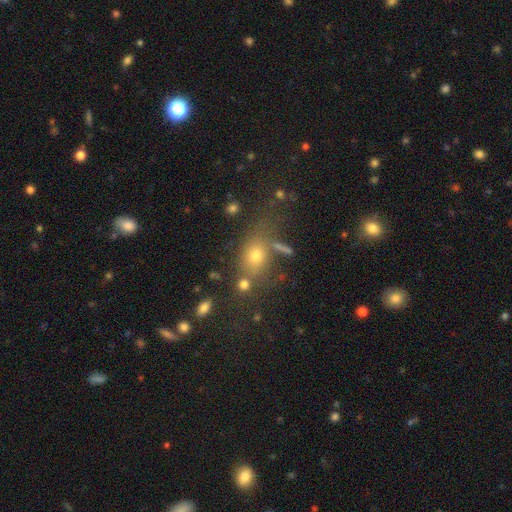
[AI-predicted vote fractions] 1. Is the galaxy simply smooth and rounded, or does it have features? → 67% smooth, 18% star or artifact, 14% featured or disk.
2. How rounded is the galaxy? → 59% in between, 37% round, 4% cigar-shaped.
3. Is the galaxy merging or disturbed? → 61% none, 15% minor disturbance, 14% merger, 9% major disturbance.